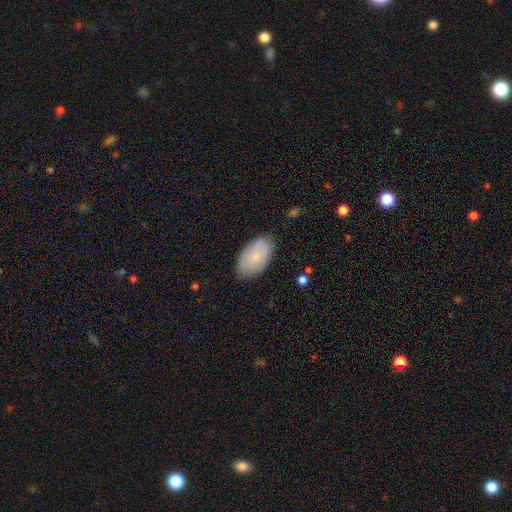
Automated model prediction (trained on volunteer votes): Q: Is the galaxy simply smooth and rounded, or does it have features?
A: smooth — 73%.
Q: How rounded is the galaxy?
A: in between — 95%.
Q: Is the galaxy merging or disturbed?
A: none — 81%.